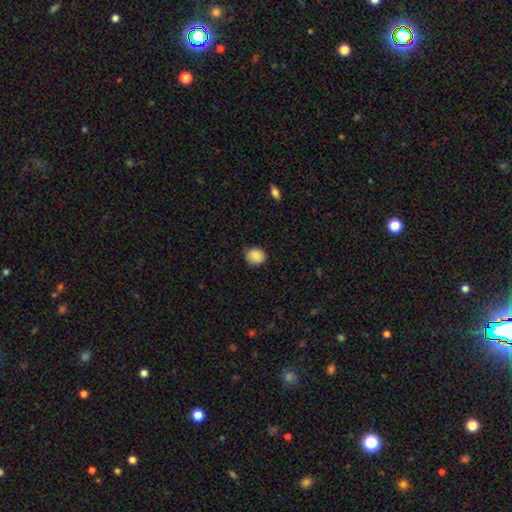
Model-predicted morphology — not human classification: Smooth or featured?
  - smooth: 88% *
  - star or artifact: 8%
  - featured or disk: 4%
How rounded?
  - round: 67% *
  - in between: 32%
  - cigar-shaped: 1%
Merging?
  - none: 84% *
  - minor disturbance: 13%
  - major disturbance: 2%
  - merger: 1%